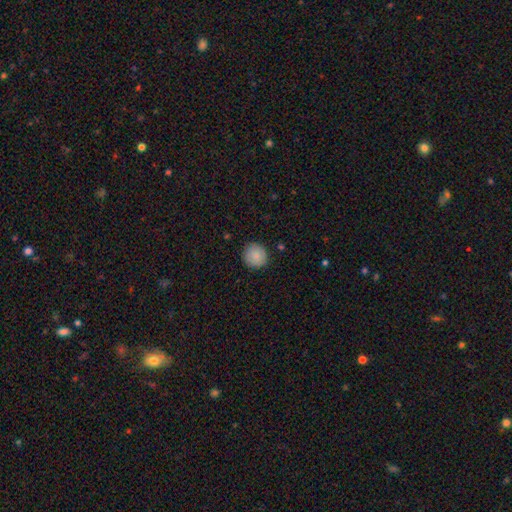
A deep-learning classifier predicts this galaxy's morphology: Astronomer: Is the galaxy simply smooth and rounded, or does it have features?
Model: smooth — 87%.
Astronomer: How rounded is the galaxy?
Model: round — 91%.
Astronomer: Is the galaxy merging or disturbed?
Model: none — 88%.